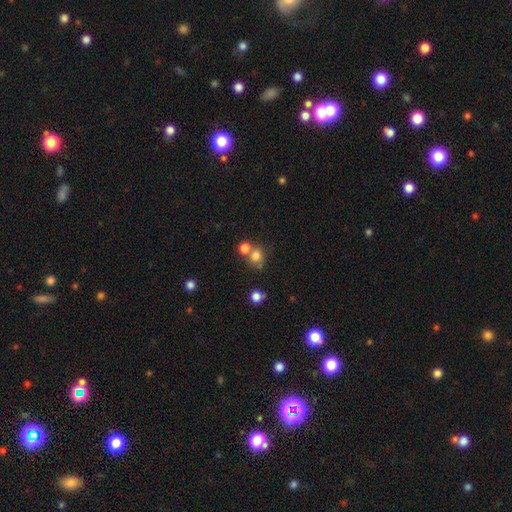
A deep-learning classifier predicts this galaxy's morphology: Smooth or featured? smooth (76%)
How rounded? round (72%)
Merging? none (48%)